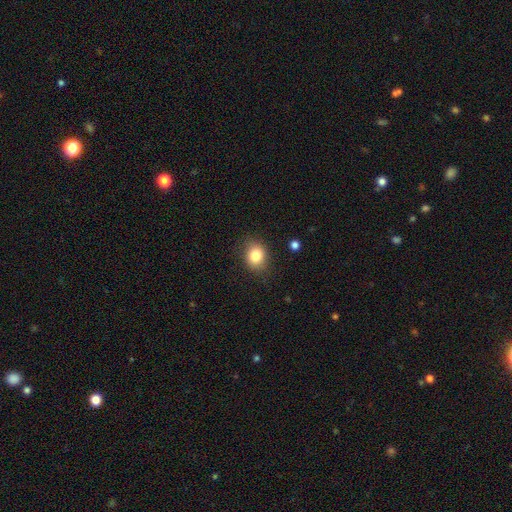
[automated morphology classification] Q: Smooth or featured?
A: smooth (83%); runner-up: star or artifact (10%)
Q: How rounded?
A: round (56%); runner-up: in between (43%)
Q: Merging?
A: none (83%); runner-up: minor disturbance (13%)